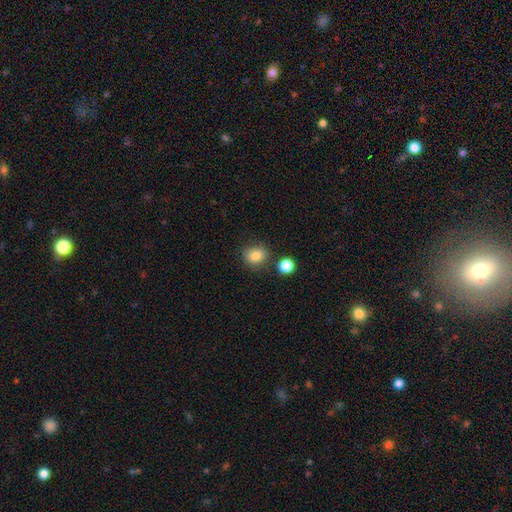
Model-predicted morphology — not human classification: type=smooth (82%); roundness=round (72%); merging=none (79%).